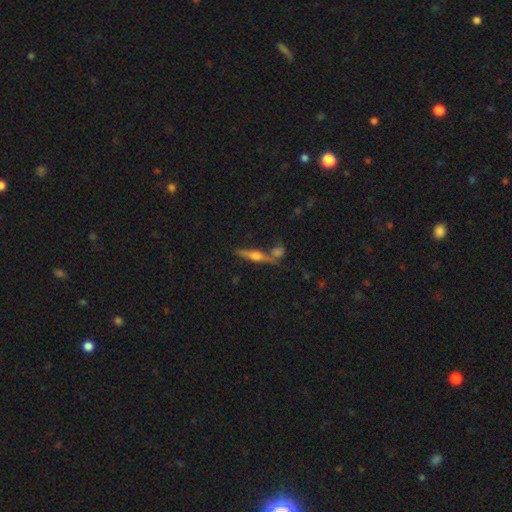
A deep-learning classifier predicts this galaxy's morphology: The model was most divided on "smooth or featured": featured or disk: 62%, smooth: 30%, star or artifact: 8%. More confident: edge-on disk — yes (95%); edge-on bulge — rounded (91%); merging — none (67%).